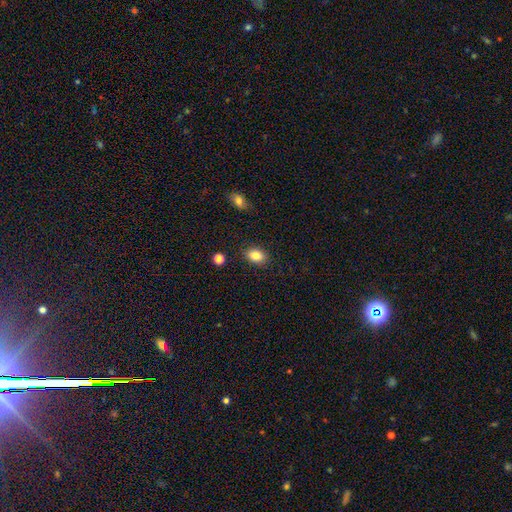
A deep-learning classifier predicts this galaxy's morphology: smooth-or-featured: smooth: 85% | star or artifact: 9% | featured or disk: 6%
  how-rounded: in between: 78% | round: 20% | cigar-shaped: 1%
  merging: none: 86% | minor disturbance: 10% | major disturbance: 2% | merger: 2%